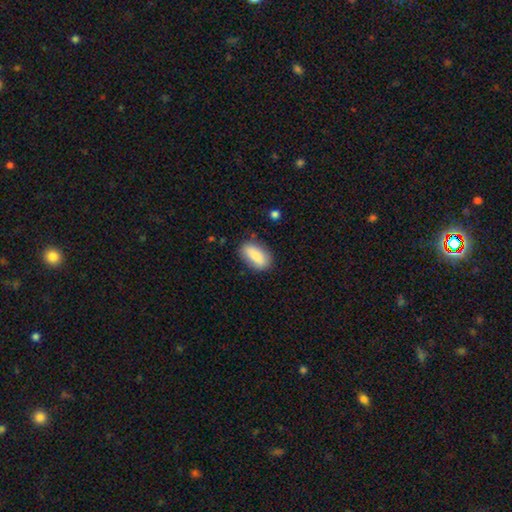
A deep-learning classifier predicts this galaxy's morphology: smooth_or_featured: smooth (p=0.81) [alt: featured or disk p=0.13]
how_rounded: in between (p=0.88) [alt: cigar-shaped p=0.08]
merging: none (p=0.80) [alt: minor disturbance p=0.15]